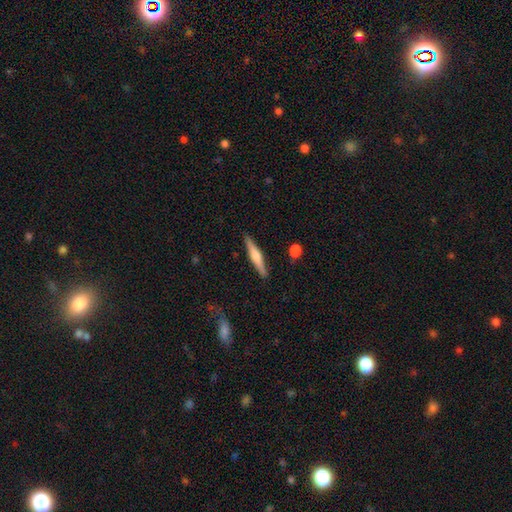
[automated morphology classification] type=featured or disk (52%); edge-on=yes (96%); merging=none (88%).